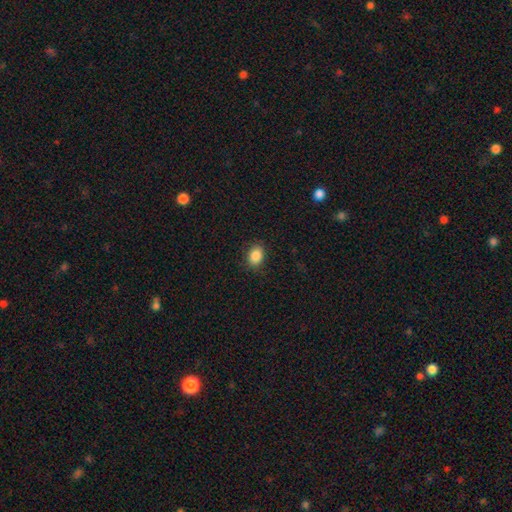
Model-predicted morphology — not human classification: smooth 88%, star or artifact 8%, featured or disk 4%. Down the decision tree: how rounded — in between (72%); merging — none (86%).